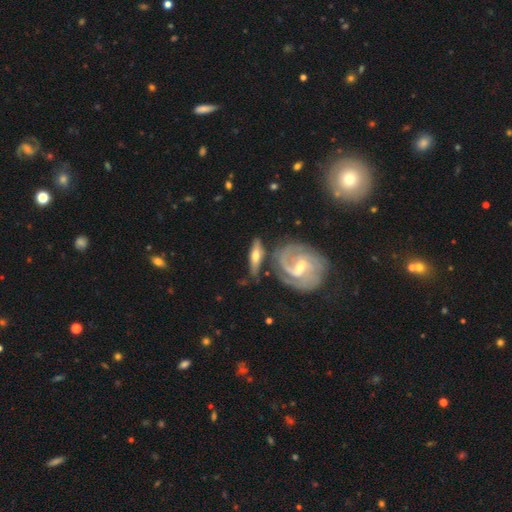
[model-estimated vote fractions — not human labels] Smooth or featured: featured or disk — 63% (smooth — 31%)
Edge-on disk: no — 58% (yes — 42%)
Merging: none — 65% (minor disturbance — 17%)